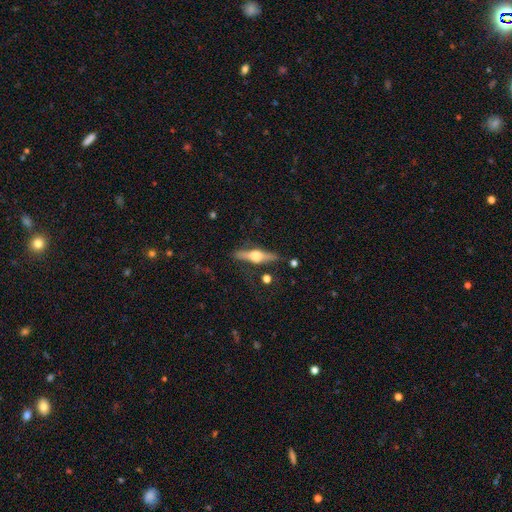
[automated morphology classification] The model was most divided on "smooth or featured": featured or disk: 72%, smooth: 22%, star or artifact: 6%. More confident: edge-on disk — yes (96%); edge-on bulge — rounded (94%); merging — none (83%).